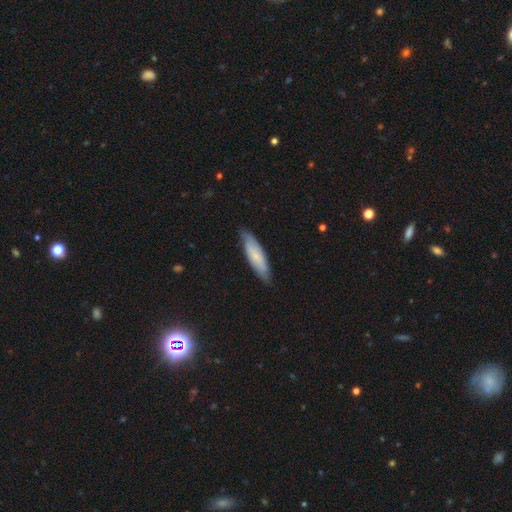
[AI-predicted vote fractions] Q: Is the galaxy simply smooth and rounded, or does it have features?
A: smooth — 62%.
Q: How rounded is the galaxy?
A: cigar-shaped — 61%.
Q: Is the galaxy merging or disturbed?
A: none — 80%.